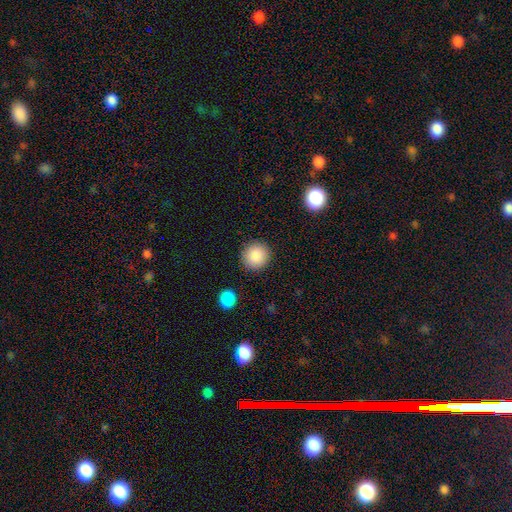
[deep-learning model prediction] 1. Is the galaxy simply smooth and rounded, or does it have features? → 89% smooth, 8% star or artifact, 4% featured or disk.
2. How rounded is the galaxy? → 91% round, 8% in between, 1% cigar-shaped.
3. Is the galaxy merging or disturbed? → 89% none, 7% minor disturbance, 2% major disturbance, 2% merger.